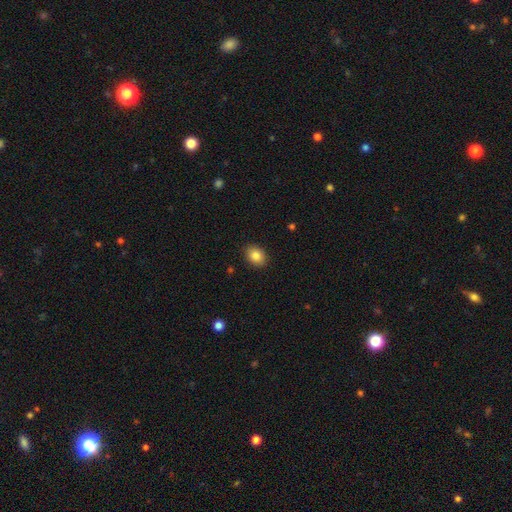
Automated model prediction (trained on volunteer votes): The model was most divided on "how rounded": in between: 63%, round: 36%, cigar-shaped: 1%. More confident: merging — none (89%); smooth or featured — smooth (86%).